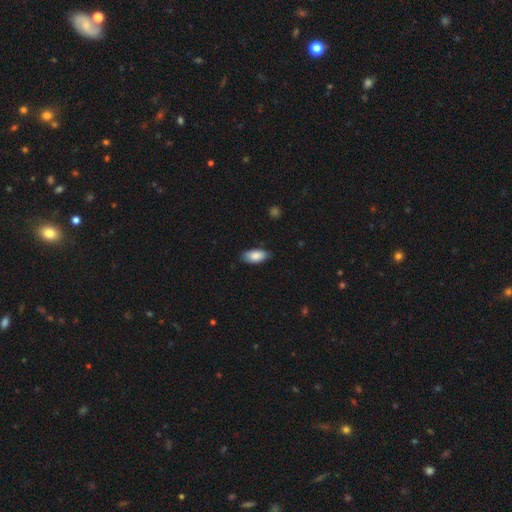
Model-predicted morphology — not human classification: smooth_or_featured: smooth (p=0.86) [alt: featured or disk p=0.08]
how_rounded: in between (p=0.92) [alt: cigar-shaped p=0.06]
merging: none (p=0.82) [alt: minor disturbance p=0.15]